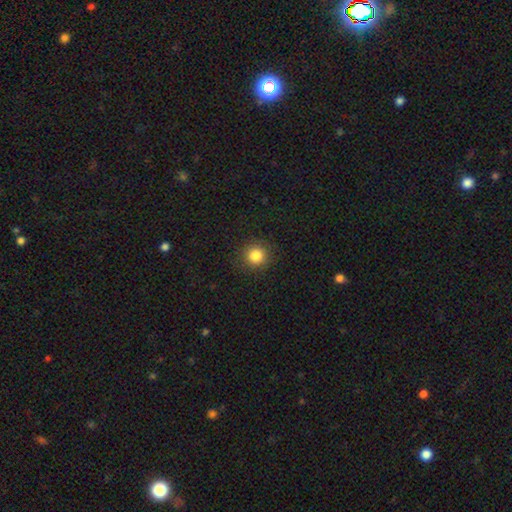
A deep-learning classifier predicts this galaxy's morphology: smooth 83%, star or artifact 12%, featured or disk 5%. Down the decision tree: how rounded — round (92%); merging — none (90%).